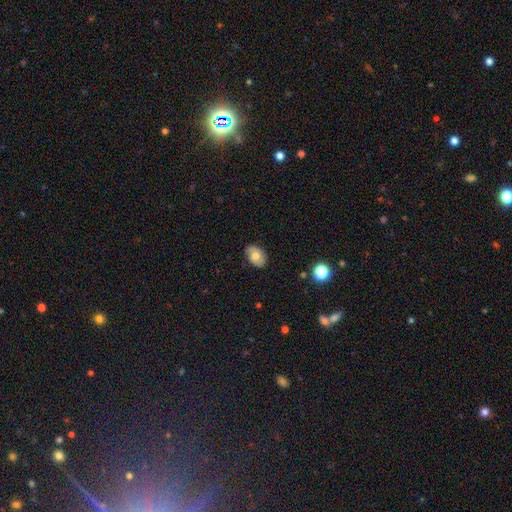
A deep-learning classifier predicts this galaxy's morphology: A smooth galaxy with no disk features (50%) that is in between round and cigar-shaped (74%).

Vote fractions:
- Smooth or featured? smooth: 50% / featured or disk: 41% / star or artifact: 9%
- How rounded? in between: 74% / round: 25% / cigar-shaped: 1%
- Merging? none: 79% / minor disturbance: 17% / major disturbance: 3% / merger: 1%